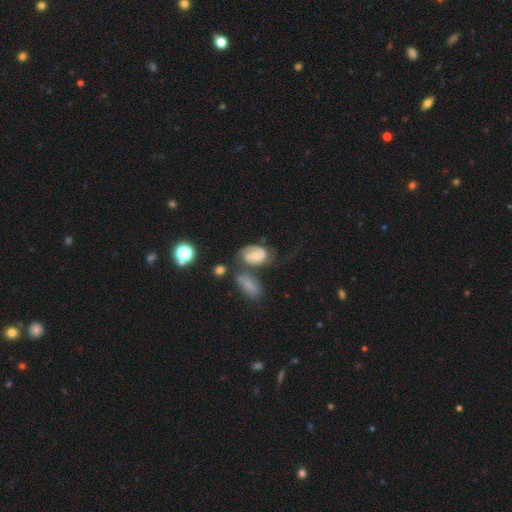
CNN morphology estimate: type=featured or disk (78%); edge-on=no (97%); bar=no (53%); spiral arms=yes (94%); winding=tight (44%); arm count=2 (77%); bulge=small (46%); merging=none (46%).